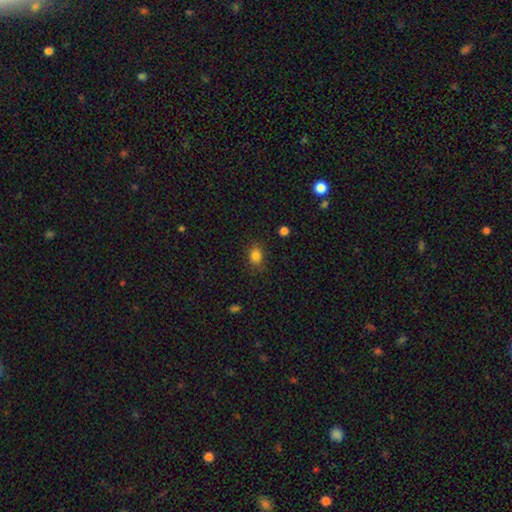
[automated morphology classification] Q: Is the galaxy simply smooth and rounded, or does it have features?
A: smooth — 83%.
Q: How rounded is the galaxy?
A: in between — 58%.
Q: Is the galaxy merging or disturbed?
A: none — 81%.